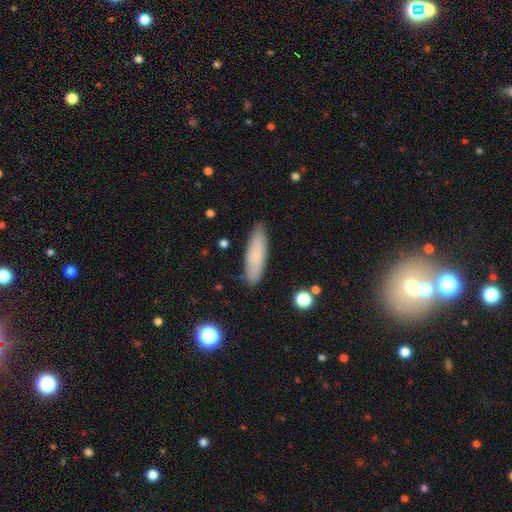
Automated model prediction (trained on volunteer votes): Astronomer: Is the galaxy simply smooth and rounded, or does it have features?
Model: smooth — 81%.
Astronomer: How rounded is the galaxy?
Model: cigar-shaped — 62%.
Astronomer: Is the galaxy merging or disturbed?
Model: none — 86%.